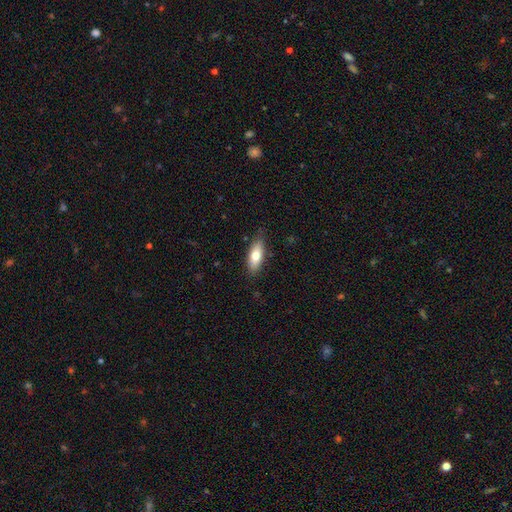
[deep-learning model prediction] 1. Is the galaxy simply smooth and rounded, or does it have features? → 73% smooth, 20% featured or disk, 7% star or artifact.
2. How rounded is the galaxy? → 76% in between, 22% cigar-shaped, 3% round.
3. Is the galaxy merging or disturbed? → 82% none, 14% minor disturbance, 2% major disturbance, 1% merger.